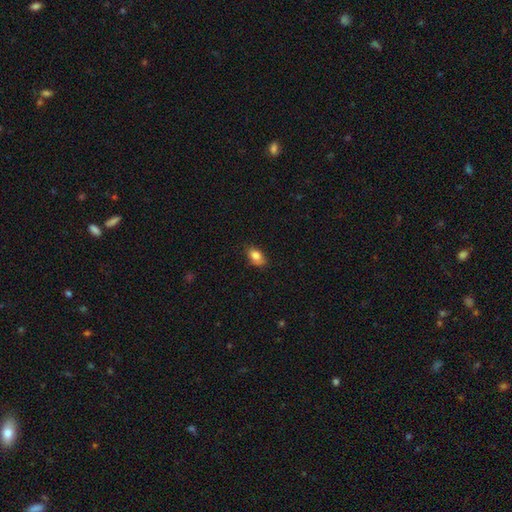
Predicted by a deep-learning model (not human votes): Smooth or featured? smooth (83%)
How rounded? in between (85%)
Merging? none (74%)